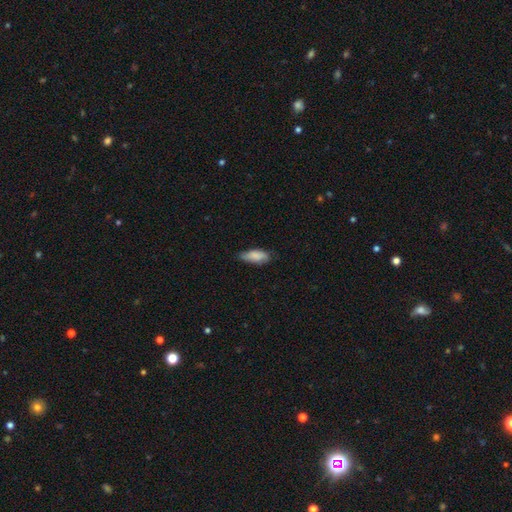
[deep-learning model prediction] A smooth galaxy with no disk features (83%) that is in between round and cigar-shaped (79%). Merging: none (67%).